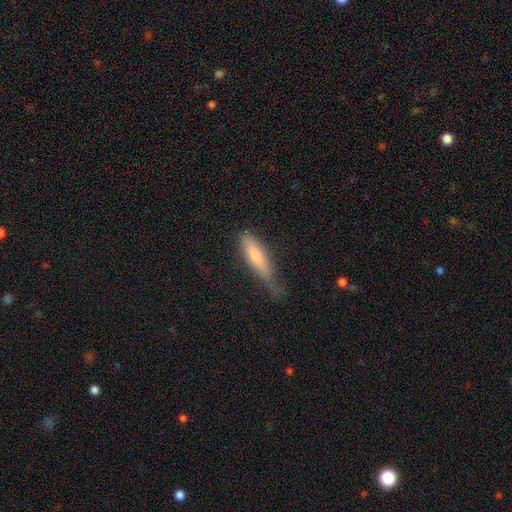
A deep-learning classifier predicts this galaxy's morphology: Smooth or featured: smooth — 74% (featured or disk — 19%)
How rounded: cigar-shaped — 70% (in between — 28%)
Merging: none — 41% (minor disturbance — 40%)